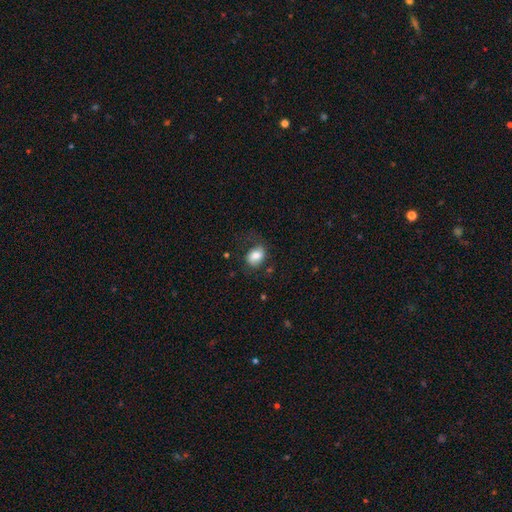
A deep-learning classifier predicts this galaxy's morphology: Smooth or featured?
  - smooth: 75% *
  - featured or disk: 17%
  - star or artifact: 8%
How rounded?
  - in between: 72% *
  - round: 27%
  - cigar-shaped: 1%
Merging?
  - none: 57% *
  - minor disturbance: 25%
  - major disturbance: 16%
  - merger: 2%